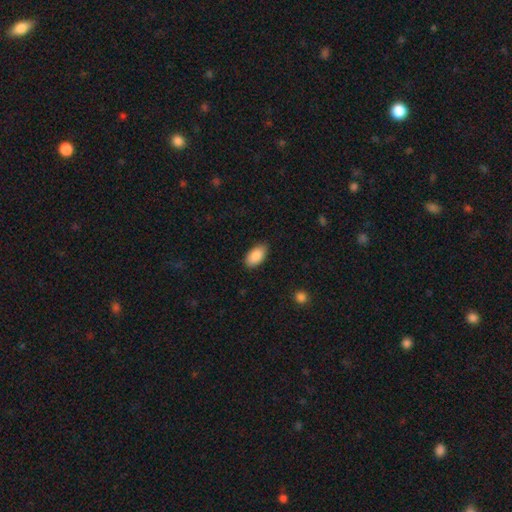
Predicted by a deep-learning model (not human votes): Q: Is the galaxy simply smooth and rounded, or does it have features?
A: smooth — 88%.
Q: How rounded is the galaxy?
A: in between — 95%.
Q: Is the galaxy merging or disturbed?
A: none — 85%.